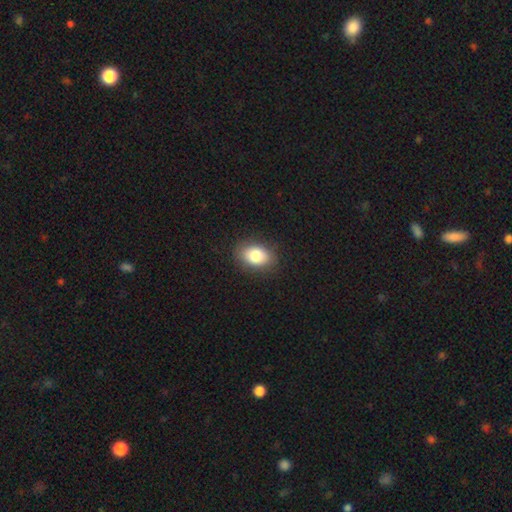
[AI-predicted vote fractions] Q: Smooth or featured?
A: smooth (81%); runner-up: featured or disk (10%)
Q: How rounded?
A: in between (81%); runner-up: round (17%)
Q: Merging?
A: none (86%); runner-up: minor disturbance (10%)